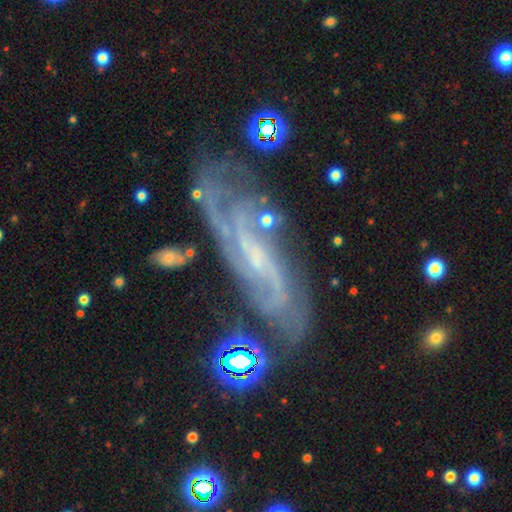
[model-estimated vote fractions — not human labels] Overall: featured or disk (87%). Edge-on disk: no (87%). Bar: weak (42%; no 36%). Spiral arms: yes (97%). Spiral arm count: 2 (41%; can't tell 24%). Spiral winding: tight (45%; medium 41%). Bulge size: small (72%). Merging: none (72%).